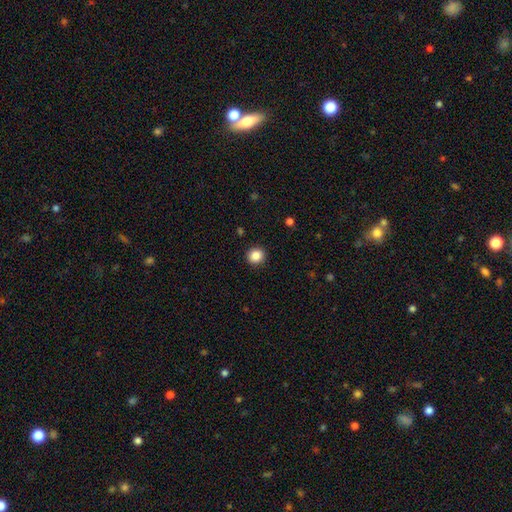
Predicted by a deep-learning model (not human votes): Smooth or featured?
  - smooth: 86% *
  - star or artifact: 10%
  - featured or disk: 4%
How rounded?
  - round: 91% *
  - in between: 8%
  - cigar-shaped: 1%
Merging?
  - none: 92% *
  - minor disturbance: 5%
  - major disturbance: 2%
  - merger: 1%